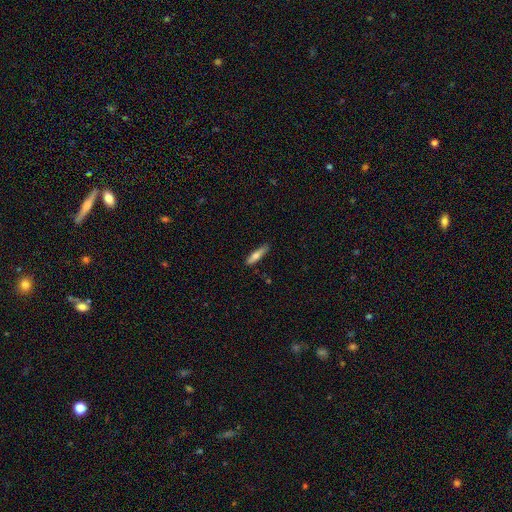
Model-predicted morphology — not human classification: The model was most divided on "smooth or featured": smooth: 63%, featured or disk: 31%, star or artifact: 6%. More confident: merging — none (84%); how rounded — cigar-shaped (80%).